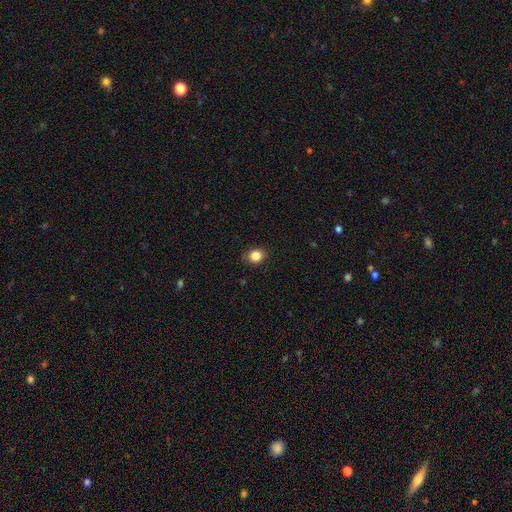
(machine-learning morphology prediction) type=smooth (84%); roundness=round (80%); merging=none (87%).